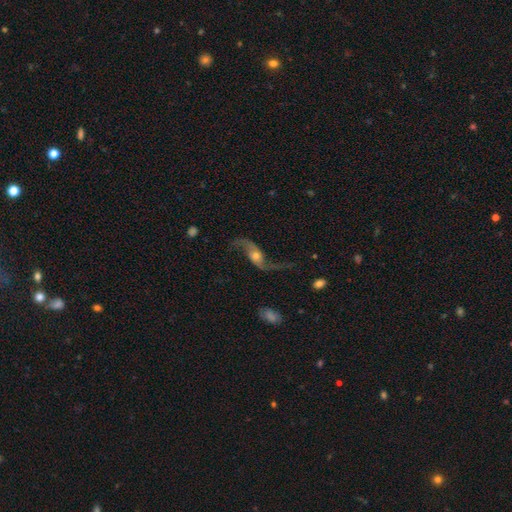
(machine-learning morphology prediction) A featured or disk galaxy (88%) with no bar (60%), 2 (94%) loose (92%) spiral arms (96%) and a moderate central bulge (57%). Merging: none (69%).